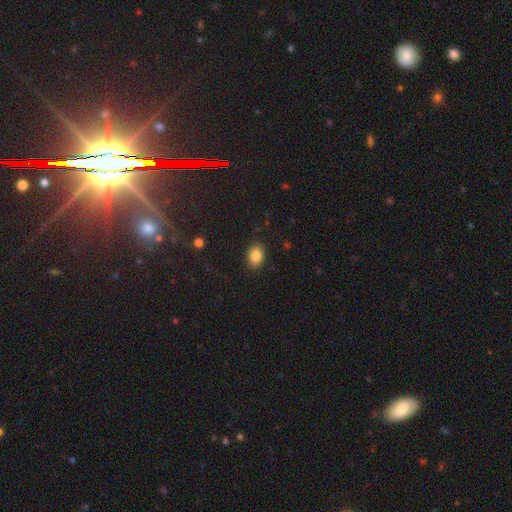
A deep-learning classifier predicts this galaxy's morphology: type=smooth (84%); roundness=in between (80%); merging=none (88%).